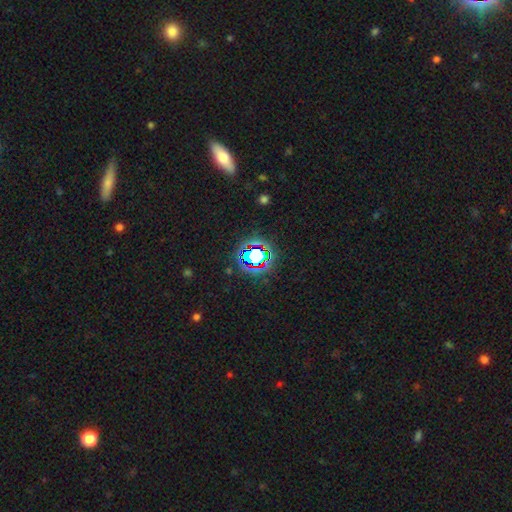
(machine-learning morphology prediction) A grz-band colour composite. It shows a star or artifact, not a galaxy (66%).